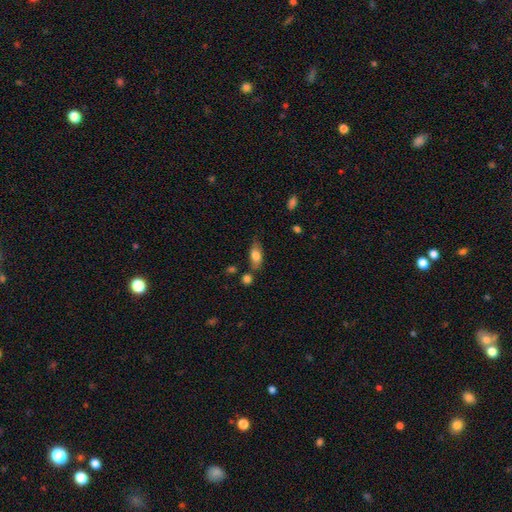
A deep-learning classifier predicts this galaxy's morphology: Smooth or featured: smooth — 75% (featured or disk — 18%)
How rounded: in between — 82% (cigar-shaped — 14%)
Merging: none — 63% (minor disturbance — 21%)